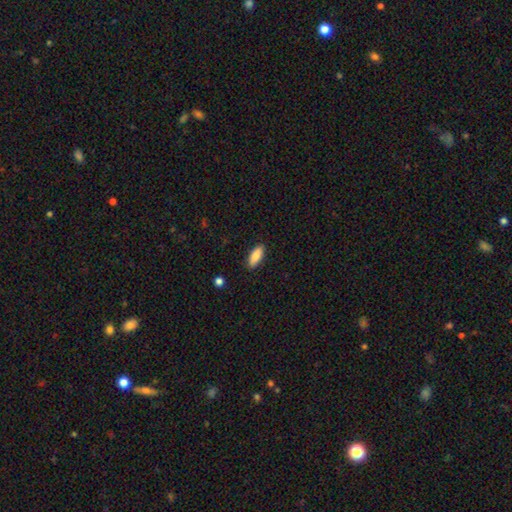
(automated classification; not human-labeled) A smooth galaxy with no disk features (87%) that is in between round and cigar-shaped (77%).

Vote fractions:
- Smooth or featured? smooth: 87% / featured or disk: 7% / star or artifact: 6%
- How rounded? in between: 77% / cigar-shaped: 21% / round: 2%
- Merging? none: 88% / minor disturbance: 8% / major disturbance: 2% / merger: 1%